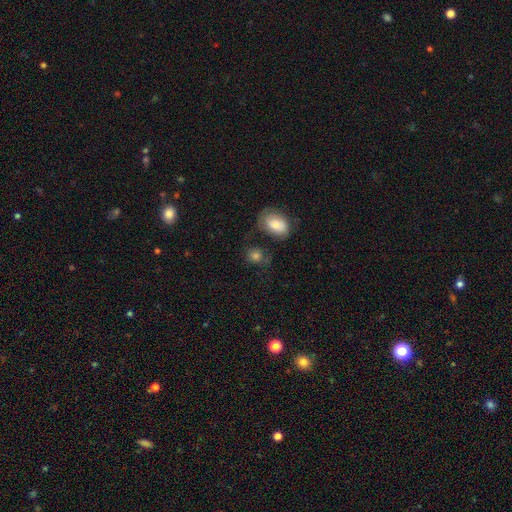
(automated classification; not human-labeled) Morphology: type=smooth (76%); roundness=round (64%); merging=none (61%).